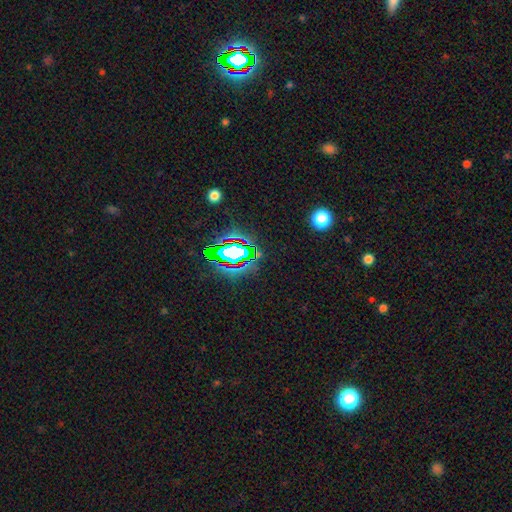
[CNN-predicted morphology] Q: Smooth or featured?
A: star or artifact (67%); runner-up: smooth (20%)